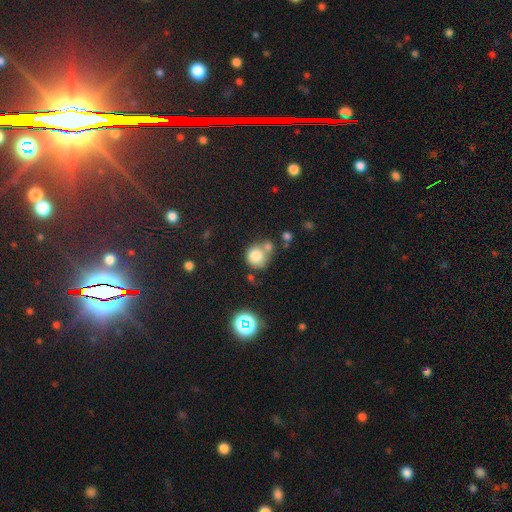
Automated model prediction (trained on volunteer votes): Smooth or featured?
  - smooth: 78% *
  - star or artifact: 12%
  - featured or disk: 9%
How rounded?
  - round: 87% *
  - in between: 12%
  - cigar-shaped: 1%
Merging?
  - none: 48% *
  - merger: 32%
  - minor disturbance: 13%
  - major disturbance: 6%